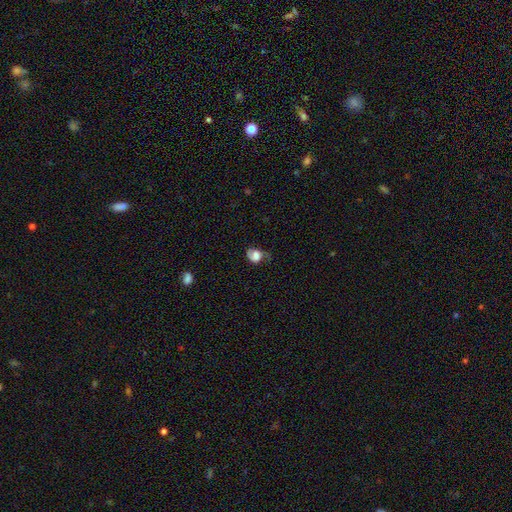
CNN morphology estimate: Smooth or featured? smooth (54%)
How rounded? in between (61%)
Merging? none (38%)